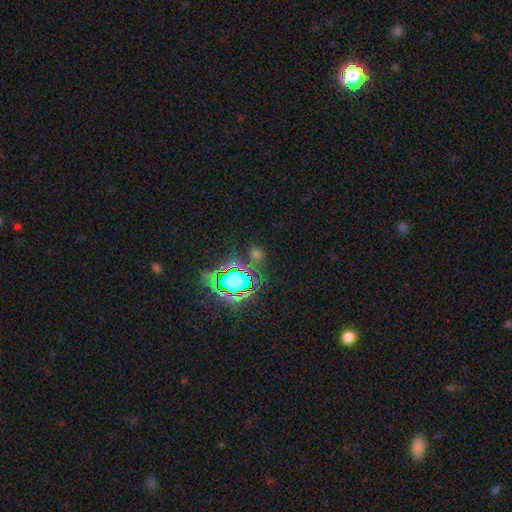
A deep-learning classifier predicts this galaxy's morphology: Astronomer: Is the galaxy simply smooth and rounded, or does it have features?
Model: star or artifact — 62%.